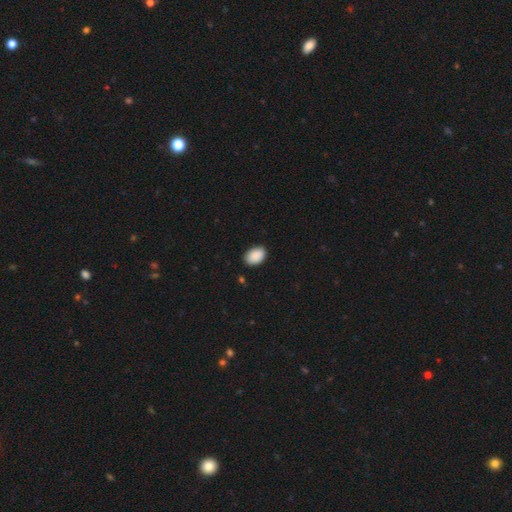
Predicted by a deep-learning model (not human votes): The model was most divided on "merging": none: 85%, minor disturbance: 12%, major disturbance: 2%, merger: 1%. More confident: smooth or featured — smooth (91%); how rounded — in between (87%).